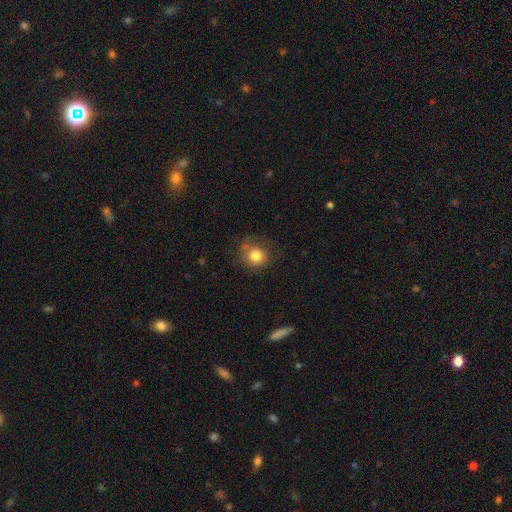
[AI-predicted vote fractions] Smooth or featured? Predicted: smooth (p=0.81). How rounded? Predicted: round (p=0.85). Merging? Predicted: none (p=0.72).